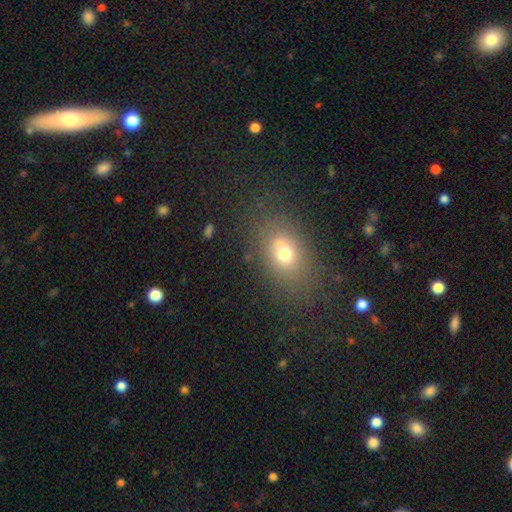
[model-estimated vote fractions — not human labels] smooth-or-featured: smooth: 63% | star or artifact: 24% | featured or disk: 13%
  how-rounded: in between: 70% | round: 26% | cigar-shaped: 4%
  merging: none: 85% | minor disturbance: 9% | major disturbance: 4% | merger: 2%